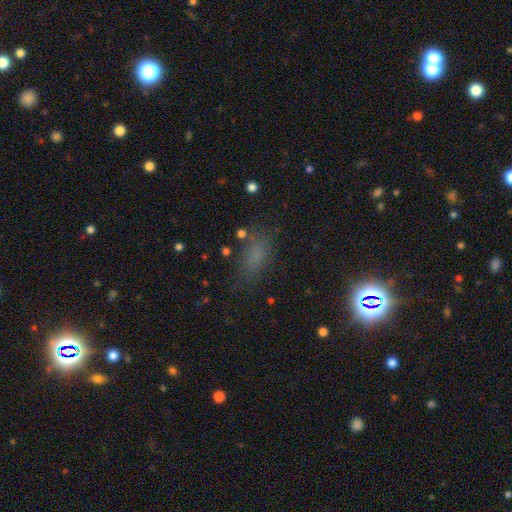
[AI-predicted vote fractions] smooth-or-featured: smooth: 66% | star or artifact: 25% | featured or disk: 9%
  how-rounded: in between: 80% | round: 10% | cigar-shaped: 10%
  merging: none: 68% | minor disturbance: 19% | major disturbance: 9% | merger: 3%